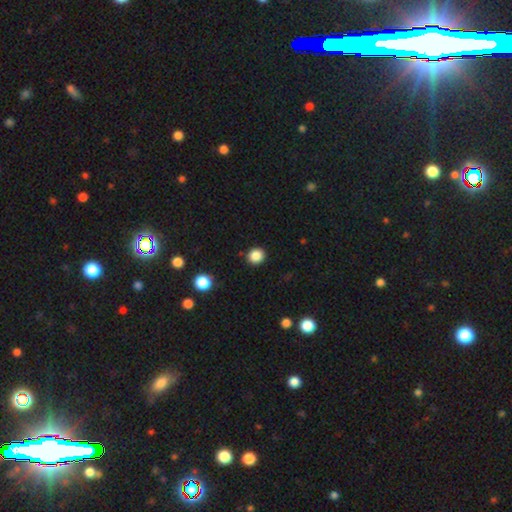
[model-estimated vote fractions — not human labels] The model was most divided on "smooth or featured": smooth: 86%, star or artifact: 11%, featured or disk: 3%. More confident: merging — none (91%); how rounded — round (89%).